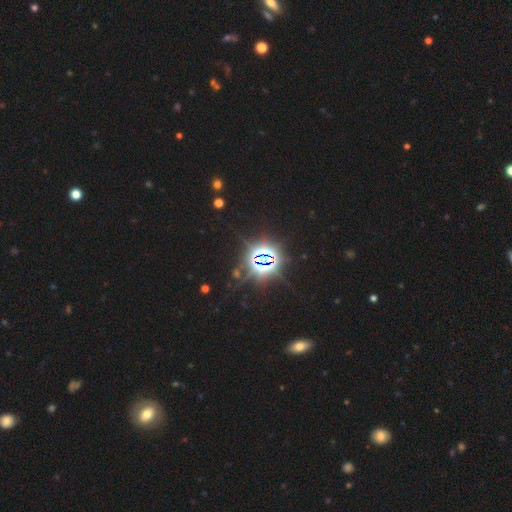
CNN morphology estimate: Smooth or featured? Predicted: star or artifact (p=0.83).